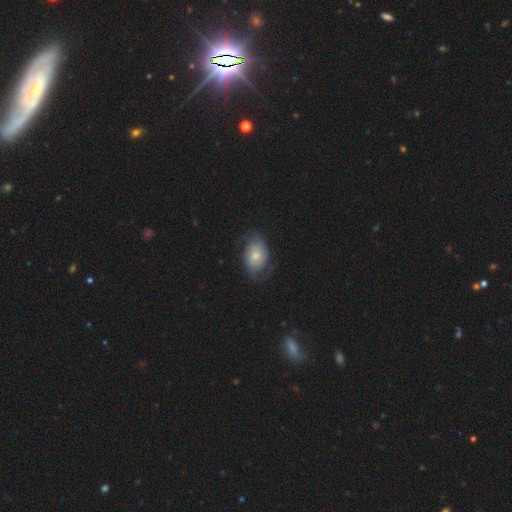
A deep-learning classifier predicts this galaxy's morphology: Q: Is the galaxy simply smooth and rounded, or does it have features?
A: featured or disk — 47%.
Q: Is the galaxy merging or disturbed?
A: none — 59%.